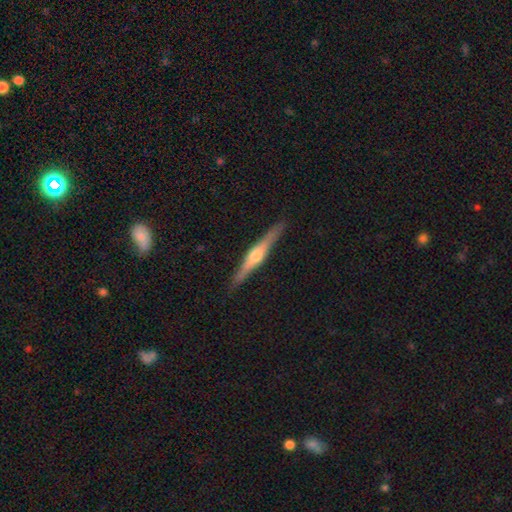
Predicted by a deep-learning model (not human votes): This is likely a featured or disk galaxy (73%). It is clearly viewed edge-on (97%). Edge-on bulge: clearly rounded (90%). Merging: clearly none (90%).